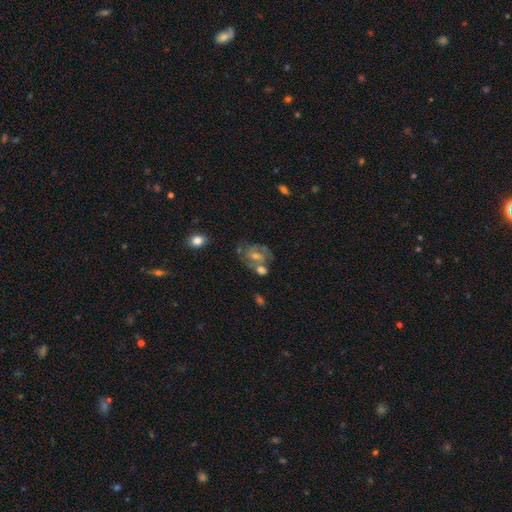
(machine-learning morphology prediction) featured or disk 65%, smooth 24%, star or artifact 11%. Down the decision tree: edge-on disk — no (97%); bar — no (51%); spiral arms — yes (73%); bulge size — moderate (43%); merging — none (51%).